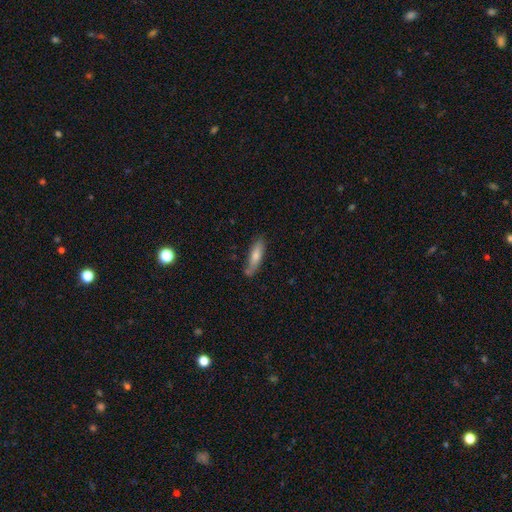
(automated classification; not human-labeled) The model was most divided on "how rounded": cigar-shaped: 62%, in between: 37%, round: 2%. More confident: smooth or featured — smooth (75%); merging — none (69%).